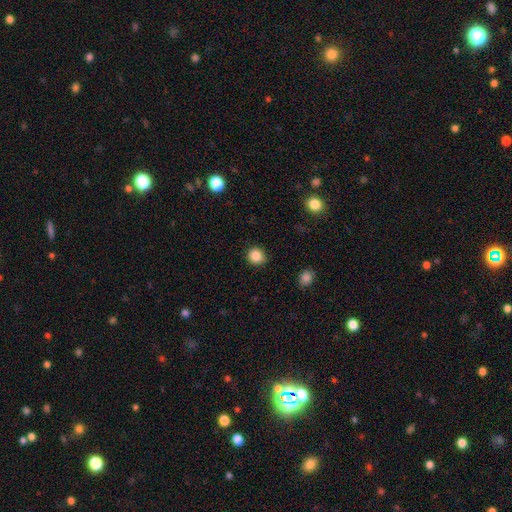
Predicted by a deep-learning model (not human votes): Smooth or featured: smooth — 86% (star or artifact — 11%)
How rounded: round — 85% (in between — 14%)
Merging: none — 87% (minor disturbance — 9%)